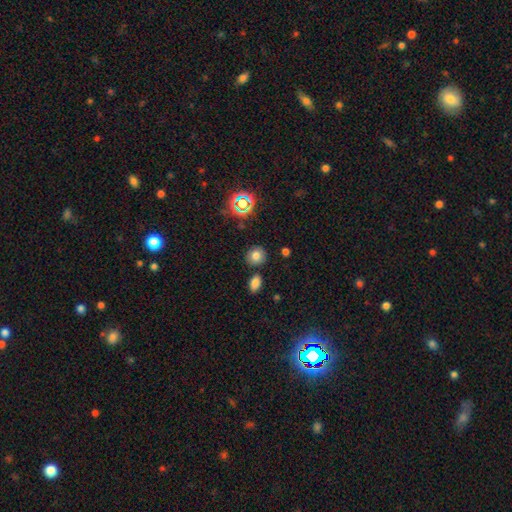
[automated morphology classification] Overall: smooth (75%). How rounded: round (81%). Merging: none (81%).